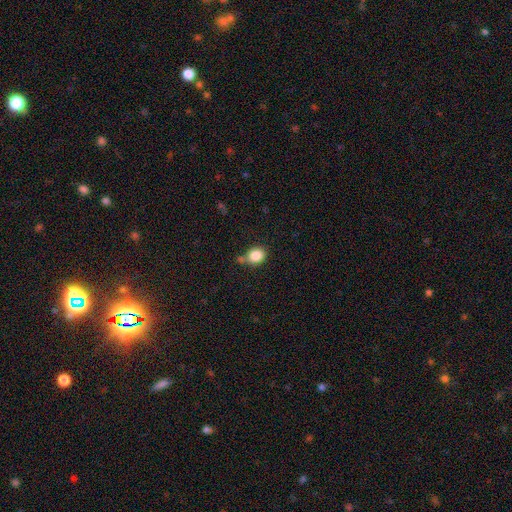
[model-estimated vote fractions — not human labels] Smooth or featured? Predicted: smooth (p=0.85). How rounded? Predicted: round (p=0.67). Merging? Predicted: none (p=0.60).